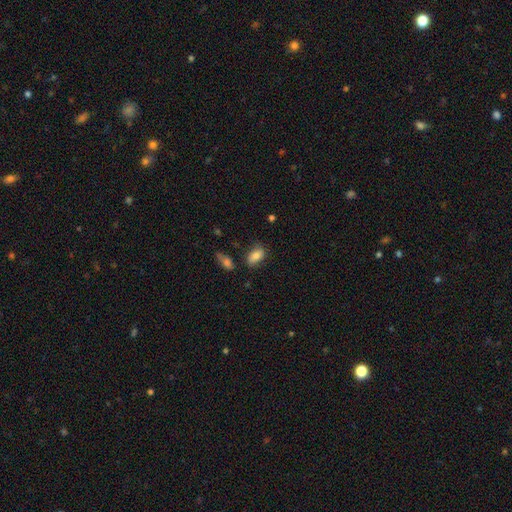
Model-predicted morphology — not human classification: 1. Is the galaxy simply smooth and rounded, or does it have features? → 78% smooth, 14% featured or disk, 8% star or artifact.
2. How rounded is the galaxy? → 90% in between, 7% round, 3% cigar-shaped.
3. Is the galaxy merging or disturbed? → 68% none, 22% minor disturbance, 6% major disturbance, 5% merger.